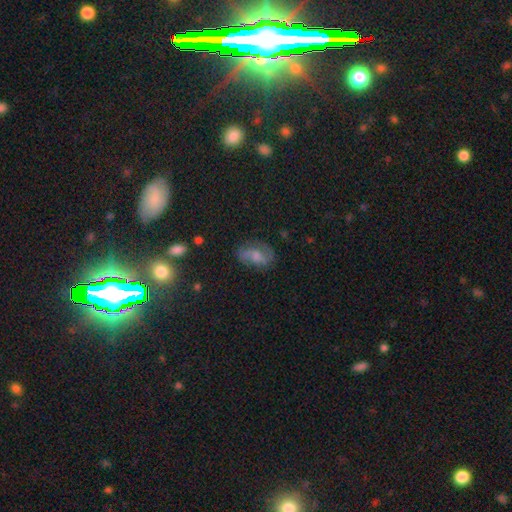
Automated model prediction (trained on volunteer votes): A featured or disk galaxy (56%) with no bar (46%), spiral arms (85%) and a moderate central bulge (39%).

Vote fractions:
- Smooth or featured? featured or disk: 56% / smooth: 33% / star or artifact: 11%
- Edge-on disk? no: 95% / yes: 5%
- Bar? no: 46% / weak: 42% / strong: 12%
- Spiral arms? yes: 85% / no: 15%
- Bulge size? moderate: 39% / small: 30% / none: 19% / large: 10% / dominant: 2%
- Merging? none: 66% / minor disturbance: 21% / major disturbance: 11% / merger: 2%